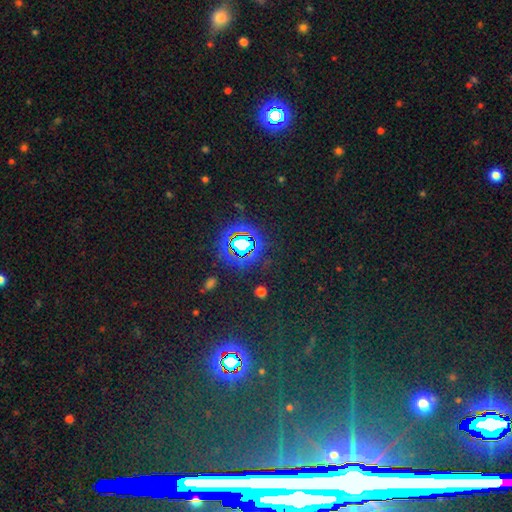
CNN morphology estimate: type=star or artifact (74%).